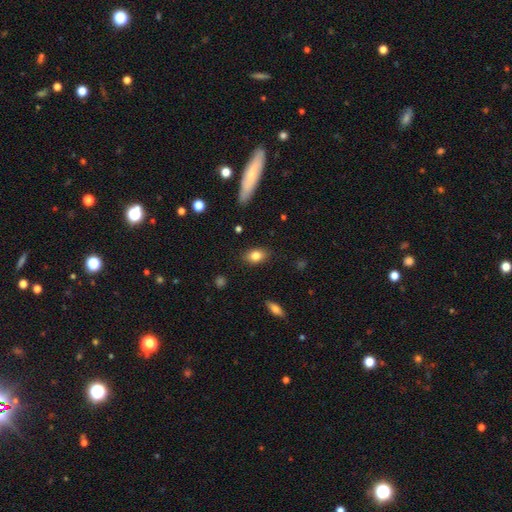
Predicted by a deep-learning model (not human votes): Morphology: type=smooth (81%); roundness=in between (78%); merging=none (85%).